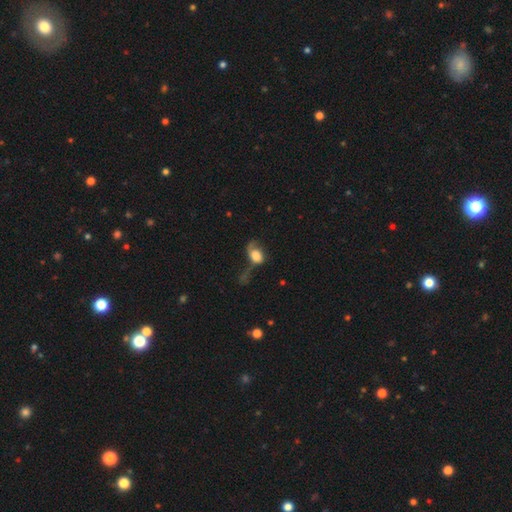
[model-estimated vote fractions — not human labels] Q: Smooth or featured?
A: smooth (64%); runner-up: featured or disk (25%)
Q: How rounded?
A: in between (70%); runner-up: round (28%)
Q: Merging?
A: major disturbance (47%); runner-up: none (20%)